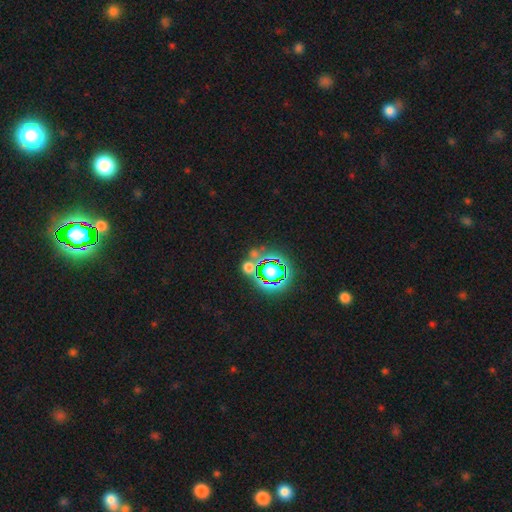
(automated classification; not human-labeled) Morphology: type=star or artifact (70%).